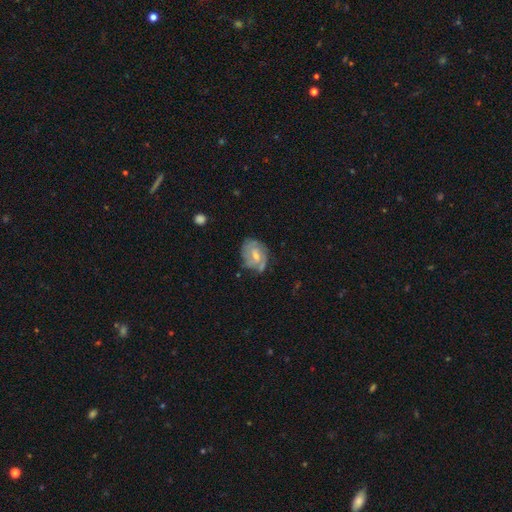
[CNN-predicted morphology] Smooth or featured: featured or disk — 65% (smooth — 26%)
Edge-on disk: no — 96% (yes — 4%)
Bar: weak — 46% (no — 42%)
Spiral arms: yes — 80% (no — 20%)
Bulge size: moderate — 57% (small — 36%)
Merging: none — 67% (minor disturbance — 23%)